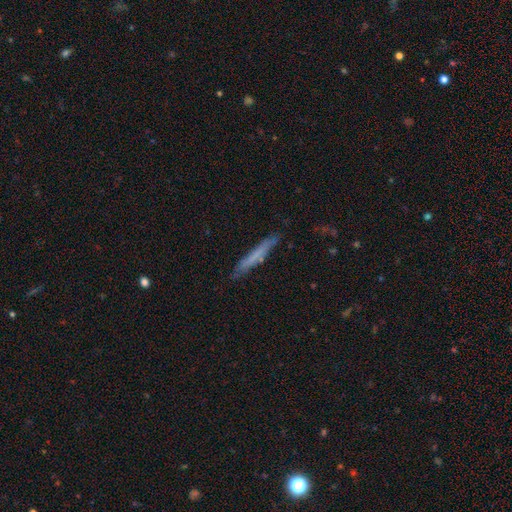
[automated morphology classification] This appears to be a smooth galaxy with no disk features (59%) that is cigar-shaped (96%). Merging: none (84%).